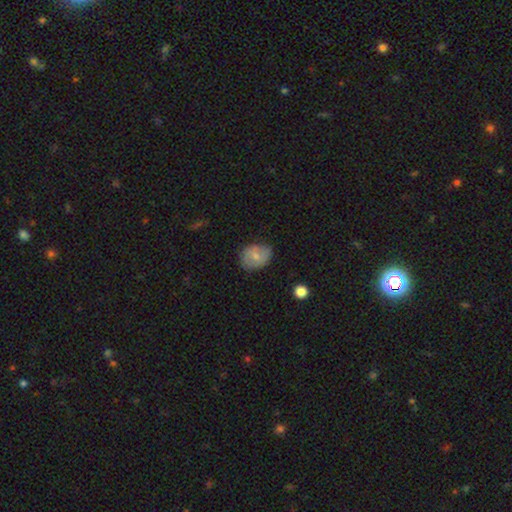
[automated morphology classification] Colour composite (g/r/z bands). It shows a smooth galaxy with no disk features (67%) that is in between round and cigar-shaped (57%). Merging: none (68%).